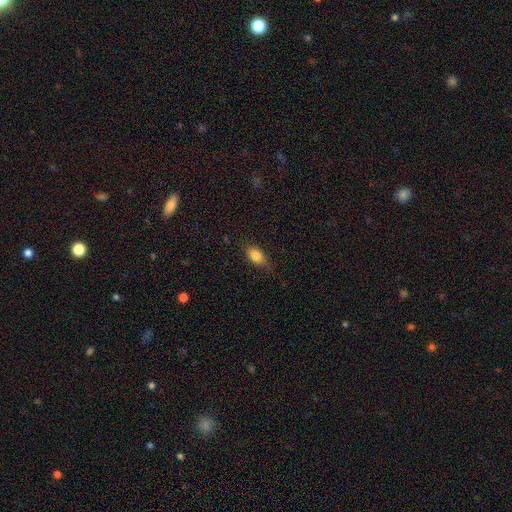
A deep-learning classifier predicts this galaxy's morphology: smooth_or_featured: smooth (p=0.84) [alt: star or artifact p=0.08]
how_rounded: in between (p=0.84) [alt: round p=0.12]
merging: none (p=0.78) [alt: minor disturbance p=0.17]